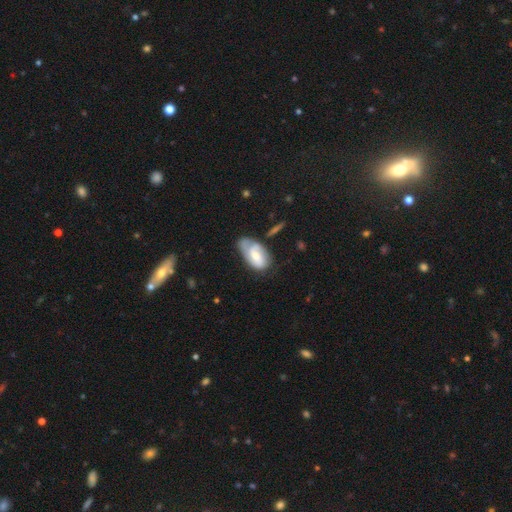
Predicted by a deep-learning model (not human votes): smooth_or_featured: featured or disk (p=0.55) [alt: smooth p=0.39]
disk_edge_on: no (p=0.94) [alt: yes p=0.06]
bar: no (p=0.44) [alt: weak p=0.43]
has_spiral_arms: yes (p=0.79) [alt: no p=0.21]
bulge_size: moderate (p=0.54) [alt: small p=0.33]
merging: none (p=0.42) [alt: minor disturbance p=0.33]